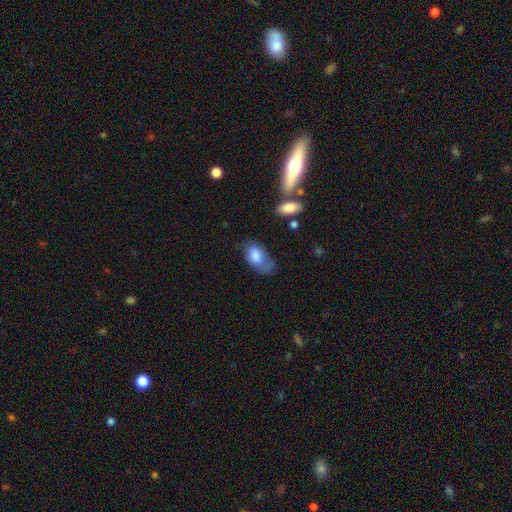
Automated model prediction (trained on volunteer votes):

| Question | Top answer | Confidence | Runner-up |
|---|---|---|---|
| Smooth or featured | smooth | 71% | featured or disk (22%) |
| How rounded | in between | 92% | round (6%) |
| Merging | none | 40% | minor disturbance (34%) |